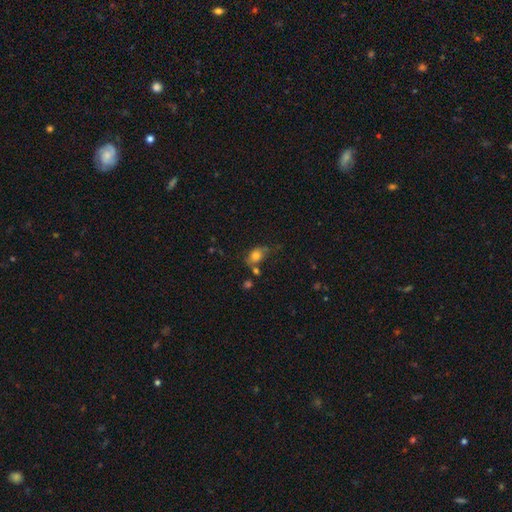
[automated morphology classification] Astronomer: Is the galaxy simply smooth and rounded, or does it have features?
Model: smooth — 72%.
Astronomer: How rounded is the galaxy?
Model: in between — 73%.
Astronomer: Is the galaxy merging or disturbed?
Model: none — 49% (runner-up: minor disturbance, 27%).